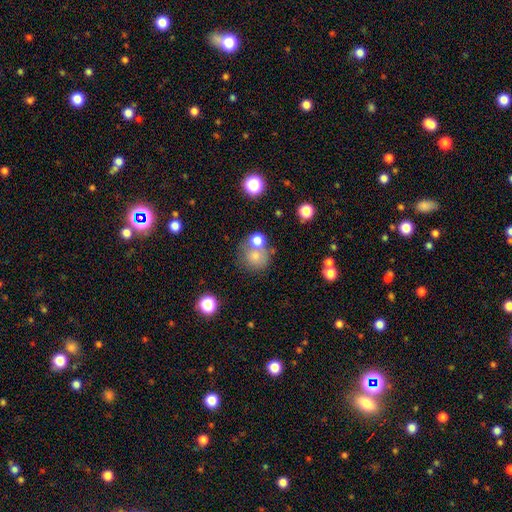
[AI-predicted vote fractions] Smooth or featured?
  - smooth: 74% *
  - star or artifact: 14%
  - featured or disk: 13%
How rounded?
  - round: 85% *
  - in between: 14%
  - cigar-shaped: 1%
Merging?
  - none: 52% *
  - merger: 30%
  - minor disturbance: 12%
  - major disturbance: 6%